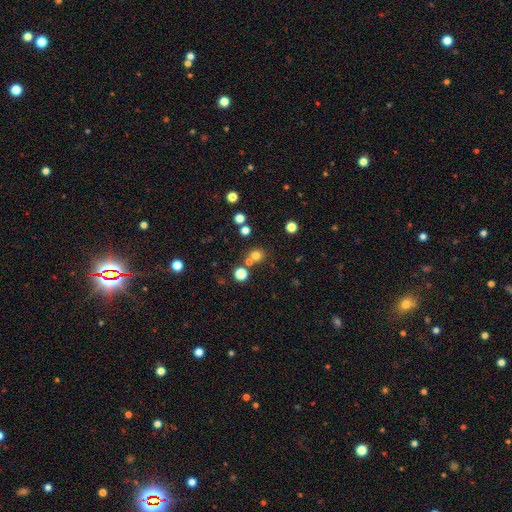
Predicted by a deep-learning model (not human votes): Smooth or featured: smooth — 73% (star or artifact — 20%)
How rounded: round — 87% (in between — 12%)
Merging: none — 70% (merger — 18%)